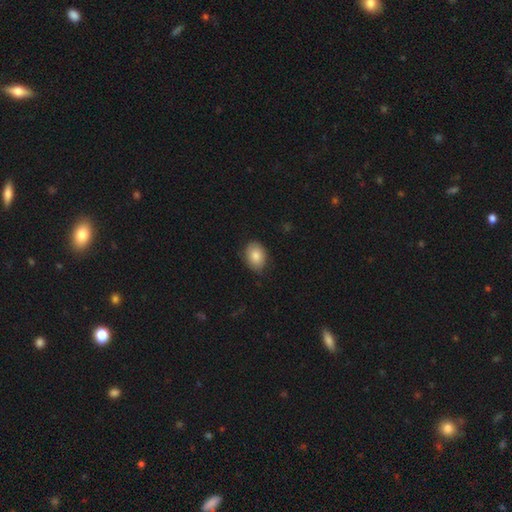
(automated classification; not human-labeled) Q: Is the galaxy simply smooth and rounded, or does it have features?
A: smooth — 84%.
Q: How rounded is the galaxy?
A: in between — 74%.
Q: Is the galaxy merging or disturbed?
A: none — 80%.